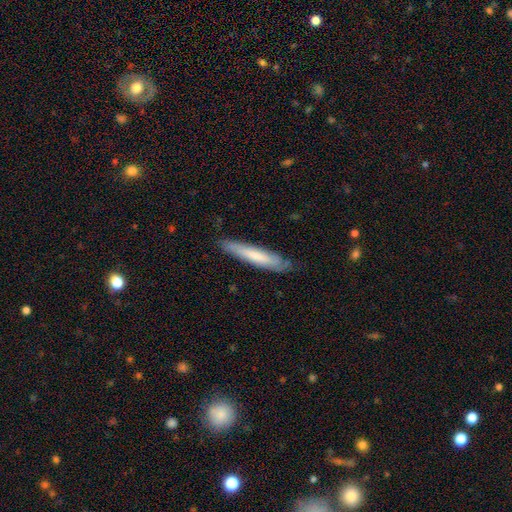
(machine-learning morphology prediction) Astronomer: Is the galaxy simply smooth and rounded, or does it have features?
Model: smooth — 61%.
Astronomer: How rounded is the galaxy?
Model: cigar-shaped — 90%.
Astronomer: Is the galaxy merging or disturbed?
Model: none — 76%.